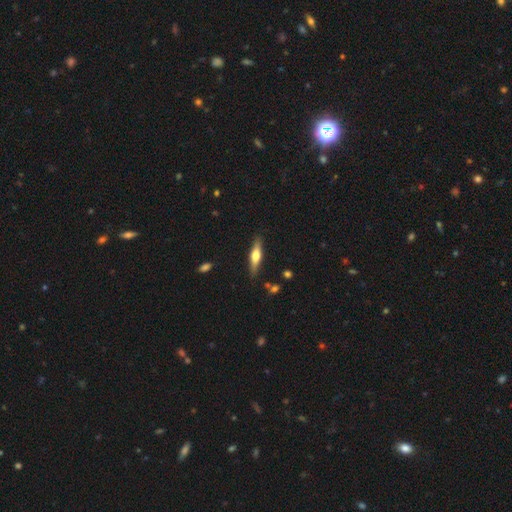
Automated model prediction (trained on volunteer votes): smooth_or_featured: featured or disk (p=0.50) [alt: smooth p=0.44]
disk_edge_on: yes (p=0.93) [alt: no p=0.07]
merging: none (p=0.86) [alt: minor disturbance p=0.10]